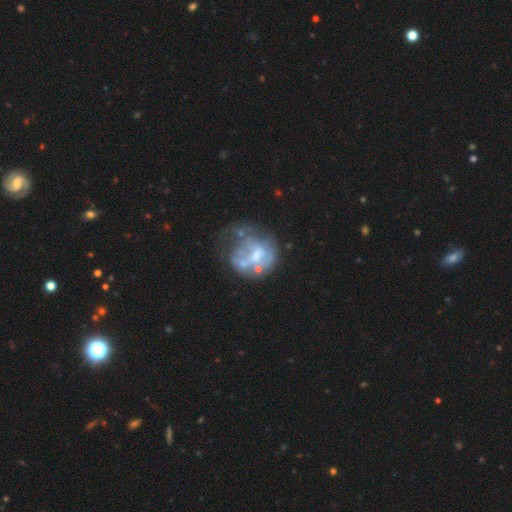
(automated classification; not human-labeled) A featured or disk galaxy (63%) with no bar (70%), no spiral arms (78%) and a moderate central bulge (36%). Merging: major disturbance (35%).